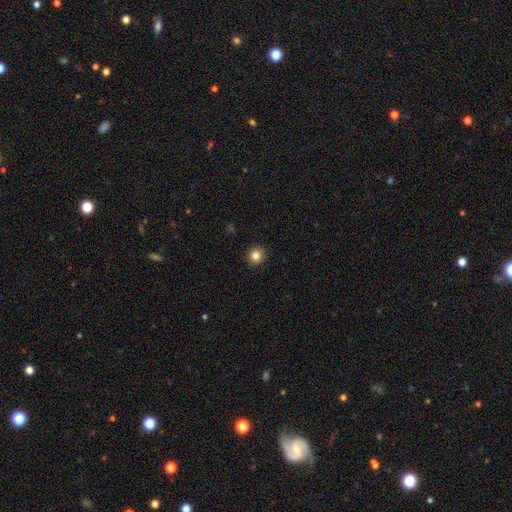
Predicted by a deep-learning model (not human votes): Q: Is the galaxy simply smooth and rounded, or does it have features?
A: smooth — 84%.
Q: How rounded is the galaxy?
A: round — 93%.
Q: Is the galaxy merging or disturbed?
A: none — 93%.